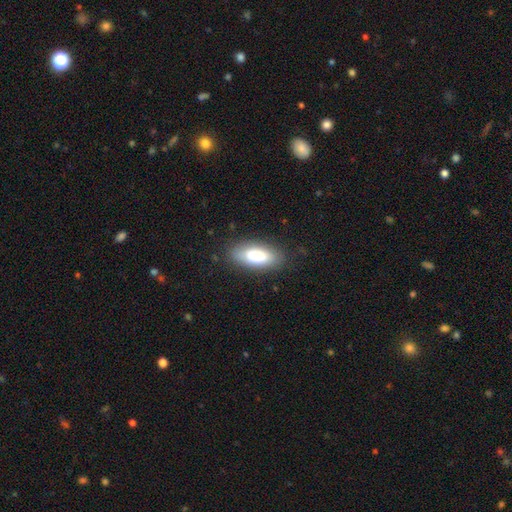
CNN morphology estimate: Overall: smooth (82%). How rounded: in between (83%). Merging: none (83%).